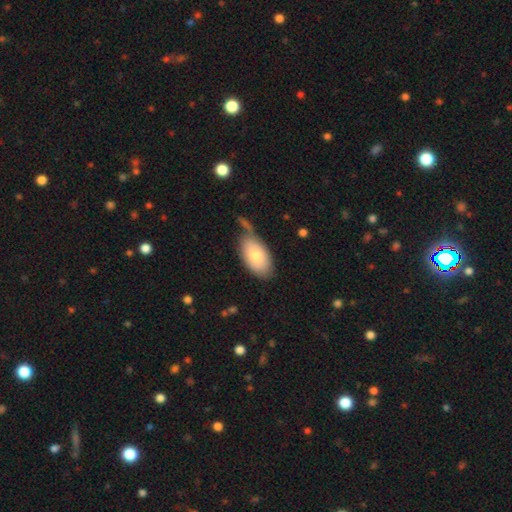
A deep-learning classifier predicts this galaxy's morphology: A smooth galaxy with no disk features (73%) that is in between round and cigar-shaped (94%).

Vote fractions:
- Smooth or featured? smooth: 73% / featured or disk: 21% / star or artifact: 6%
- How rounded? in between: 94% / round: 4% / cigar-shaped: 2%
- Merging? none: 52% / minor disturbance: 23% / merger: 14% / major disturbance: 10%